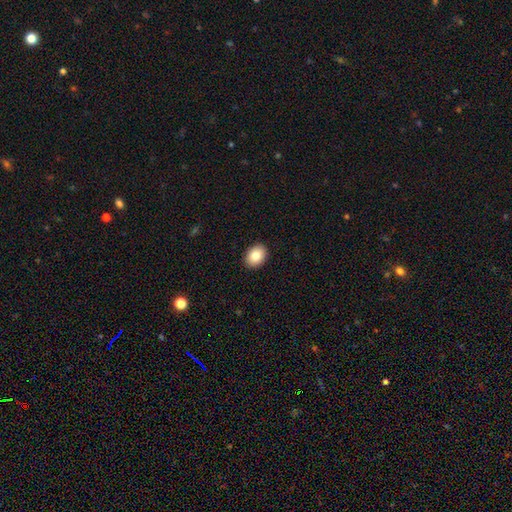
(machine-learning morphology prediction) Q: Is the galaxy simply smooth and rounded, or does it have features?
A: smooth — 84%.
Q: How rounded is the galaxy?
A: in between — 65%.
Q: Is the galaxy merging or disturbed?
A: none — 91%.